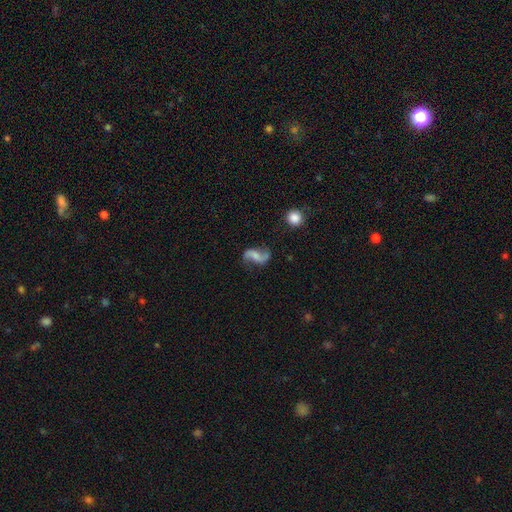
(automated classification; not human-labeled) This appears to be a featured or disk galaxy (81%) with no bar (42%), 2 (93%) loose (81%) spiral arms (95%) and no central bulge (35%). Merging: none (74%).